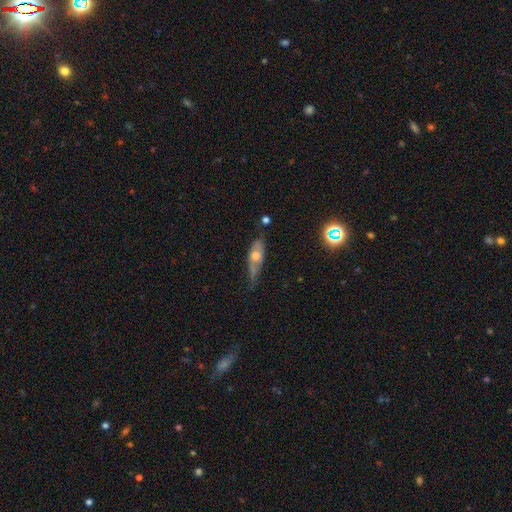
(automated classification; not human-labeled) This appears to be a featured or disk galaxy (52%) viewed edge-on (61%). Merging: none (51%).